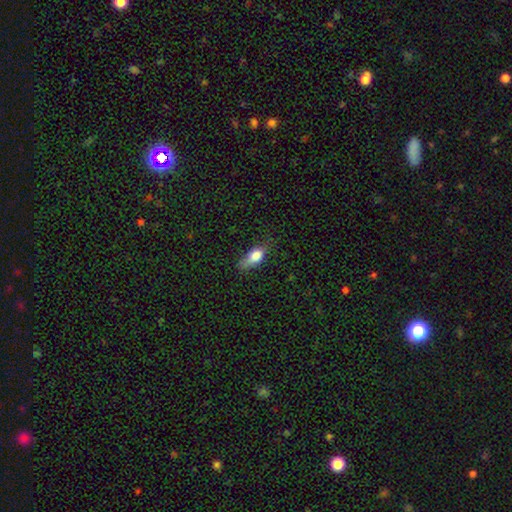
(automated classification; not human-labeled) Q: Smooth or featured?
A: smooth (76%); runner-up: featured or disk (15%)
Q: How rounded?
A: in between (76%); runner-up: cigar-shaped (17%)
Q: Merging?
A: none (47%); runner-up: minor disturbance (35%)